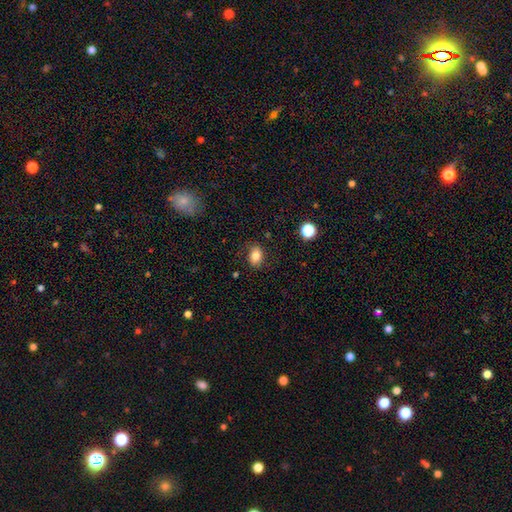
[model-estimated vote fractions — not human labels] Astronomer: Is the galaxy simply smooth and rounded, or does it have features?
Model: smooth — 81%.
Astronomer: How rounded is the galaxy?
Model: in between — 72%.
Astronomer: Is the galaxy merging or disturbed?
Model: none — 82%.